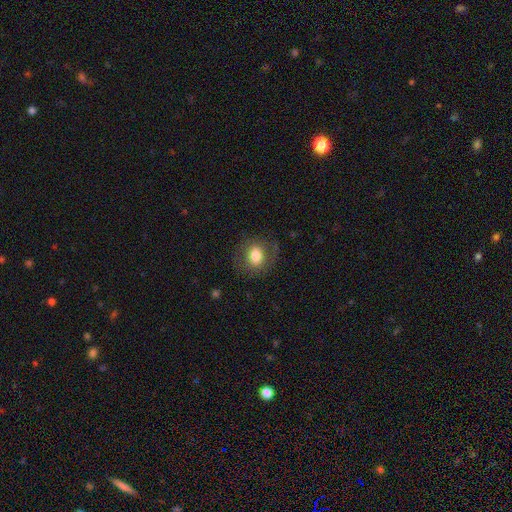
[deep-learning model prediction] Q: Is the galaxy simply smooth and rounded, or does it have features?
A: smooth — 73%.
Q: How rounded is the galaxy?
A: round — 57%.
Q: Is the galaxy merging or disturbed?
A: none — 78%.